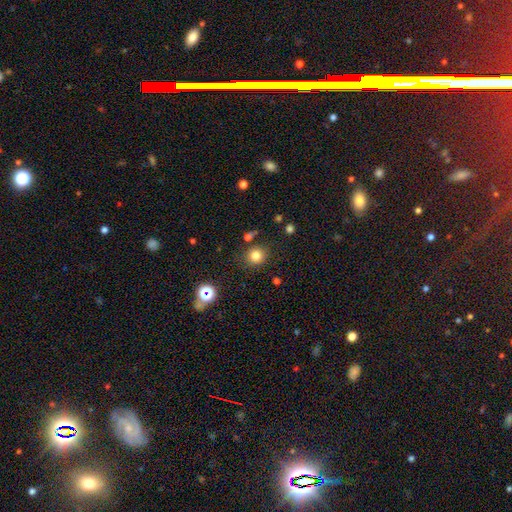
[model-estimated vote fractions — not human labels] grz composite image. It shows a smooth galaxy with no disk features (80%) that is round (88%). Merging: none (81%).